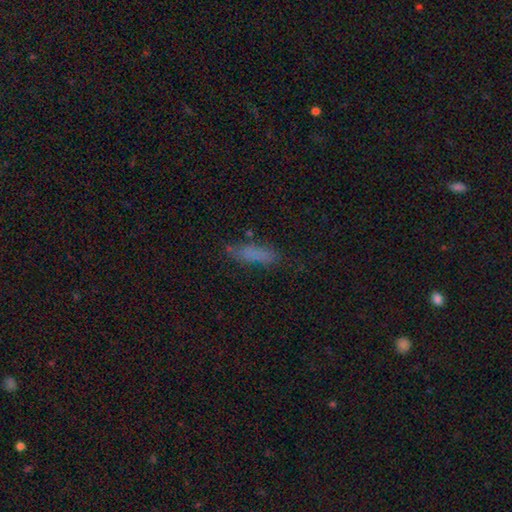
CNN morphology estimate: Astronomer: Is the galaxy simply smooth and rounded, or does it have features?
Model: smooth — 72%.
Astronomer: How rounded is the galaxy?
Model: cigar-shaped — 64%.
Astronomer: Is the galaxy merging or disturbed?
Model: none — 69%.